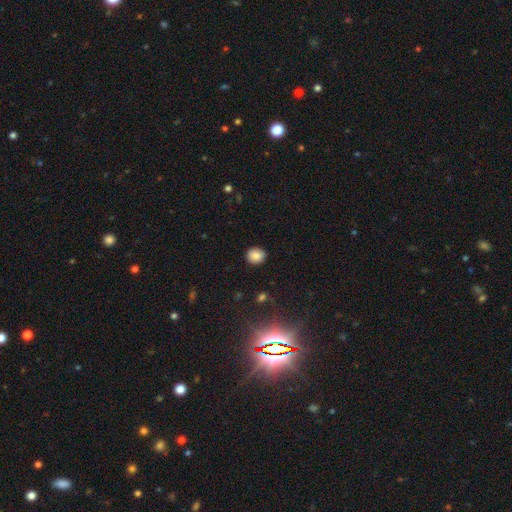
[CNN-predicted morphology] A smooth galaxy with no disk features (85%) that is round (77%). Merging: none (90%).